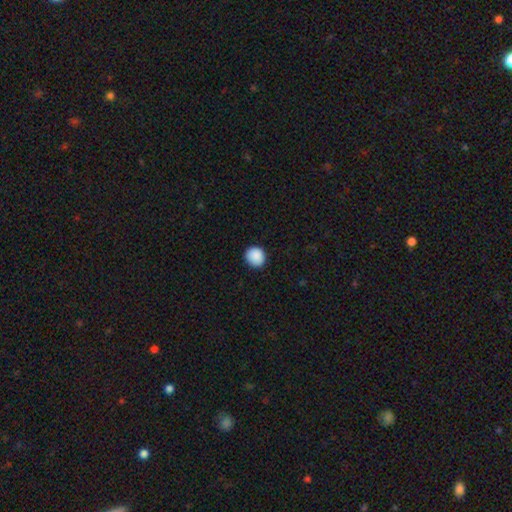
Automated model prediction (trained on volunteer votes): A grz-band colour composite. It shows a smooth galaxy with no disk features (90%) that is round (88%). Merging: none (89%).